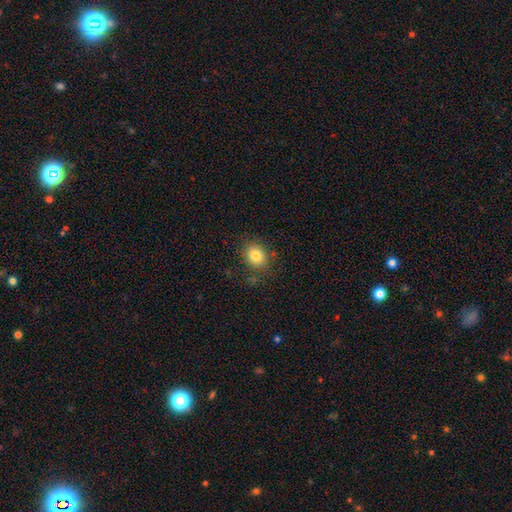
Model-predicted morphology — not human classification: Overall: smooth (81%). How rounded: round (61%; in between 38%). Merging: none (82%).